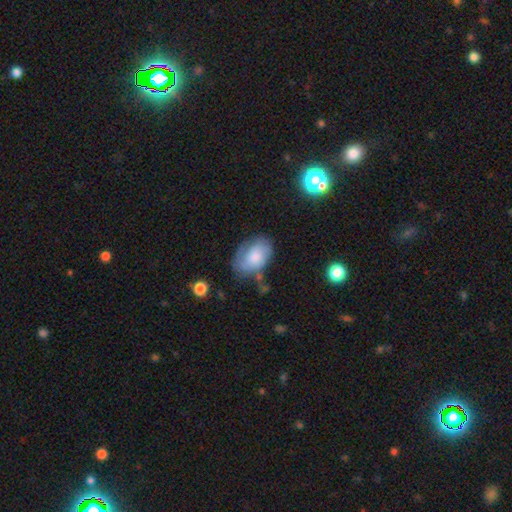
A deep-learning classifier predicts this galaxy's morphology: Smooth or featured? smooth (61%)
How rounded? in between (87%)
Merging? none (54%)